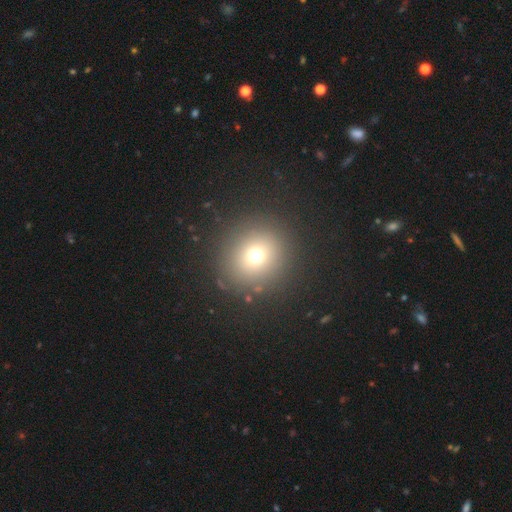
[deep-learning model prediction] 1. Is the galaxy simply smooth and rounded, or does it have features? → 70% smooth, 19% star or artifact, 11% featured or disk.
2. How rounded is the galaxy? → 91% round, 8% in between, 1% cigar-shaped.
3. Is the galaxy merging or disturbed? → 88% none, 6% minor disturbance, 4% major disturbance, 2% merger.